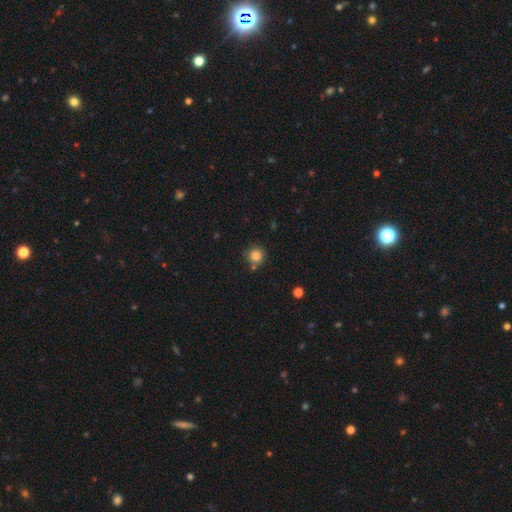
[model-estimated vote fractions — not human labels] Morphology: type=smooth (83%); roundness=round (93%); merging=none (77%).